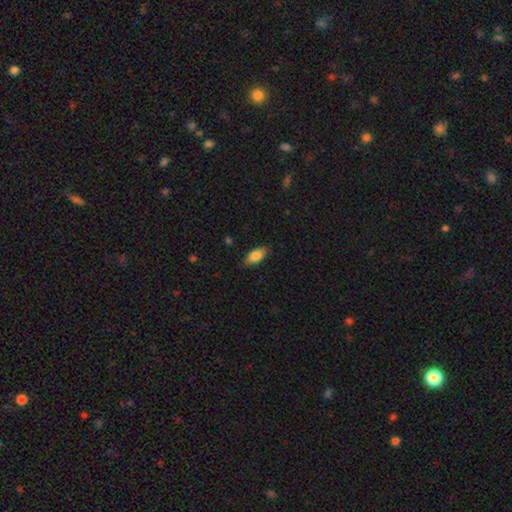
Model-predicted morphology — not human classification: Smooth or featured?
  - smooth: 83% *
  - featured or disk: 11%
  - star or artifact: 6%
How rounded?
  - in between: 86% *
  - cigar-shaped: 11%
  - round: 3%
Merging?
  - none: 84% *
  - minor disturbance: 13%
  - major disturbance: 3%
  - merger: 1%